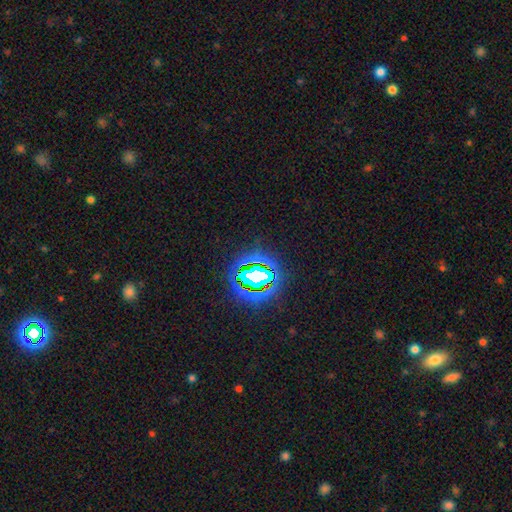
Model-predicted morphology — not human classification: smooth_or_featured: star or artifact (p=0.82) [alt: smooth p=0.11]